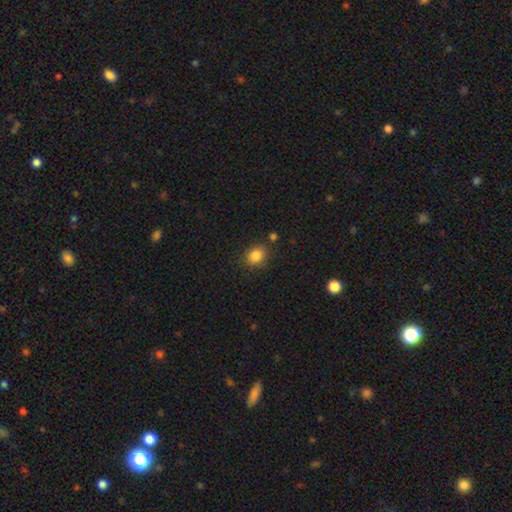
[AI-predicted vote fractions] A smooth galaxy with no disk features (85%) that is round (52%).

Vote fractions:
- Smooth or featured? smooth: 85% / star or artifact: 10% / featured or disk: 5%
- How rounded? round: 52% / in between: 47% / cigar-shaped: 1%
- Merging? none: 77% / minor disturbance: 14% / merger: 4% / major disturbance: 4%